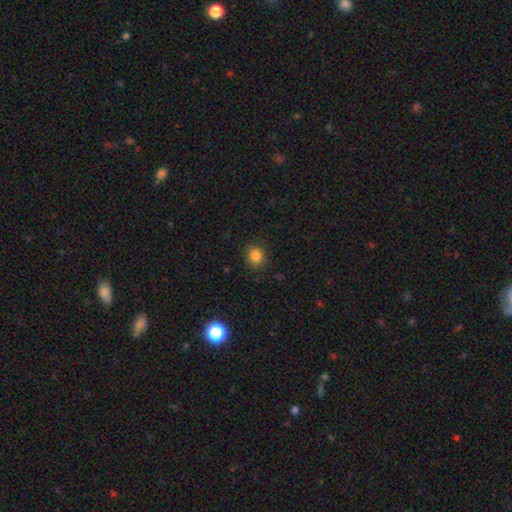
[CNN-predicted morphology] smooth-or-featured: smooth: 83% | star or artifact: 12% | featured or disk: 5%
  how-rounded: round: 75% | in between: 25% | cigar-shaped: 1%
  merging: none: 87% | minor disturbance: 9% | major disturbance: 3% | merger: 1%